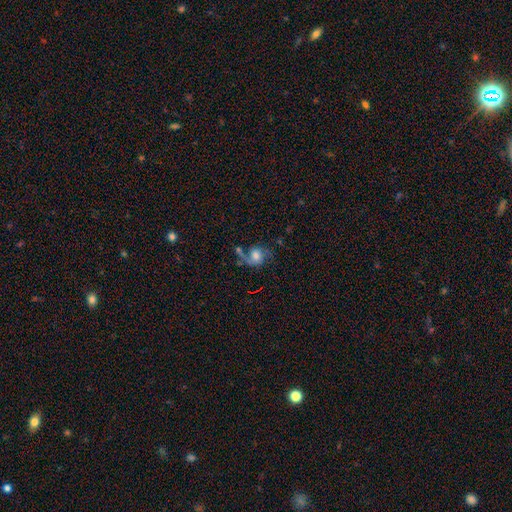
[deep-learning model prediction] featured or disk 46%, smooth 42%, star or artifact 12%. Down the decision tree: merging — none (44%).